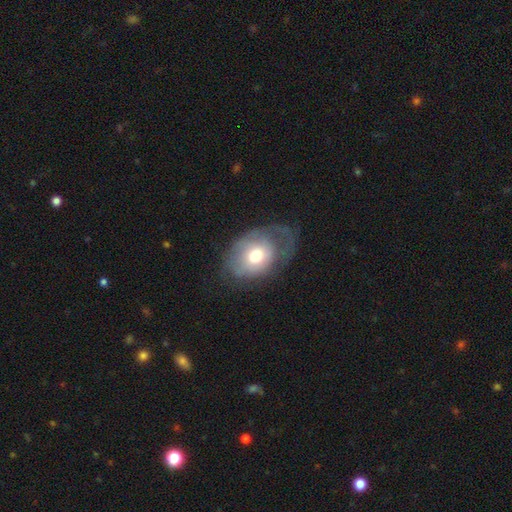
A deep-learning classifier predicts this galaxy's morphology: This appears to be a smooth galaxy with no disk features (53%) that is in between round and cigar-shaped (74%). Merging: none (38%).